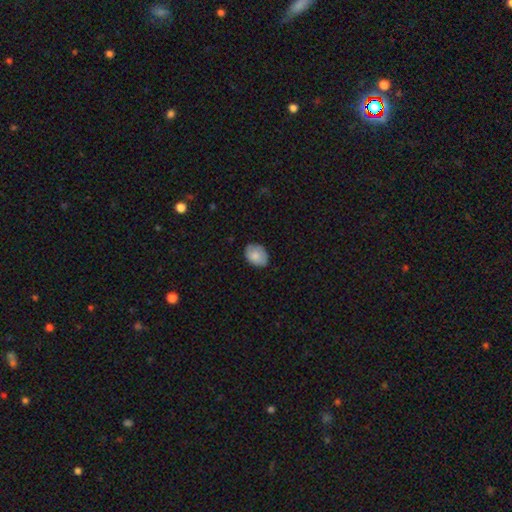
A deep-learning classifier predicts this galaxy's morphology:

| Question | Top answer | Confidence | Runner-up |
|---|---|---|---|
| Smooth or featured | smooth | 83% | featured or disk (10%) |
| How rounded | in between | 70% | round (29%) |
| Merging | none | 77% | minor disturbance (19%) |